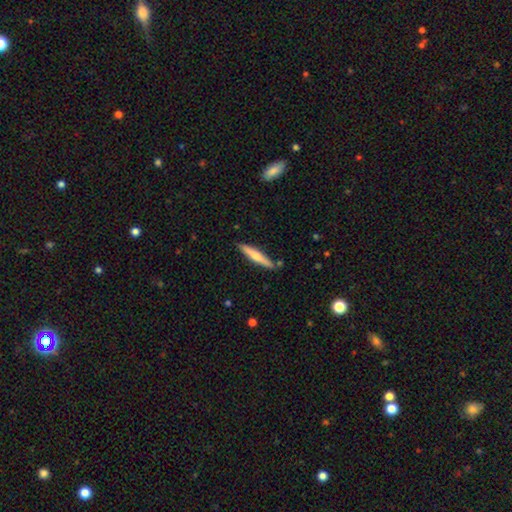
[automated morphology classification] smooth_or_featured: smooth (p=0.56) [alt: featured or disk p=0.39]
how_rounded: cigar-shaped (p=0.92) [alt: in between p=0.07]
merging: none (p=0.87) [alt: minor disturbance p=0.09]